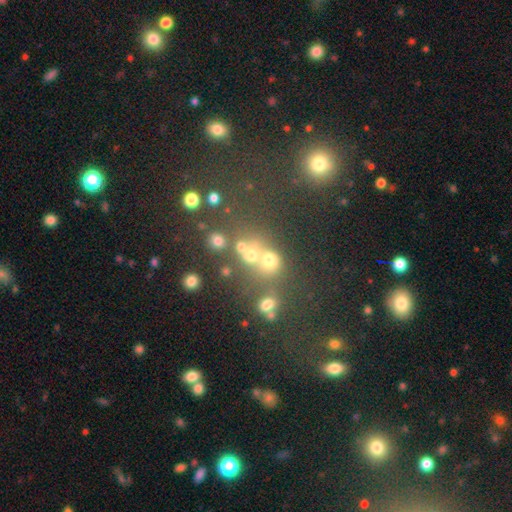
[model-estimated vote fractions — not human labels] smooth_or_featured: smooth (p=0.53) [alt: star or artifact p=0.34]
how_rounded: round (p=0.77) [alt: in between p=0.21]
merging: none (p=0.53) [alt: merger p=0.30]